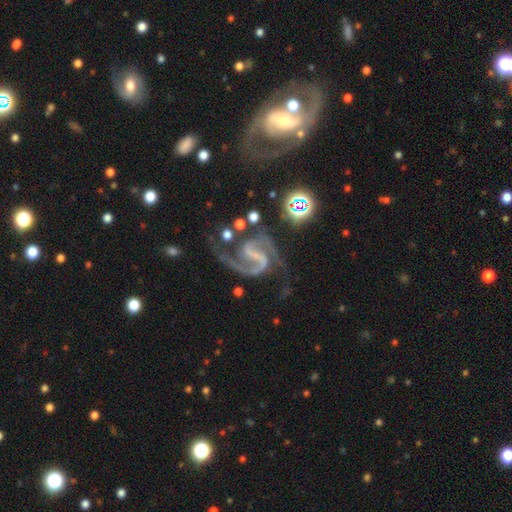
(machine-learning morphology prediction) smooth_or_featured: featured or disk (p=0.90) [alt: star or artifact p=0.07]
disk_edge_on: no (p=0.98) [alt: yes p=0.02]
bar: strong (p=0.43) [alt: weak p=0.38]
has_spiral_arms: yes (p=0.98) [alt: no p=0.02]
spiral_winding: medium (p=0.58) [alt: loose p=0.27]
spiral_arm_count: 2 (p=0.91) [alt: 1 p=0.03]
bulge_size: none (p=0.57) [alt: small p=0.33]
merging: none (p=0.60) [alt: major disturbance p=0.18]